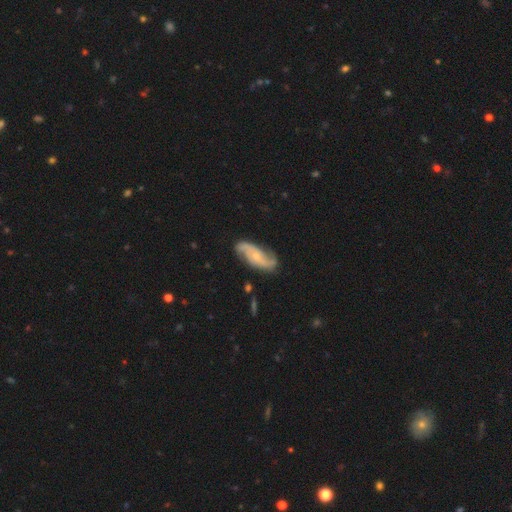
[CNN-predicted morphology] type=featured or disk (82%); edge-on=no (94%); bar=no (62%); spiral arms=yes (96%); winding=medium (45%); arm count=2 (85%); bulge=small (69%); merging=none (77%).